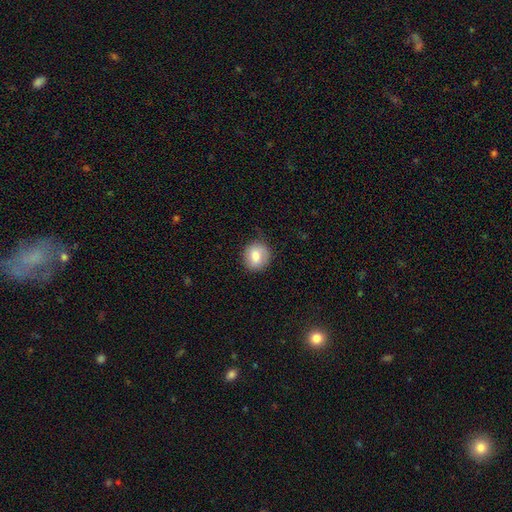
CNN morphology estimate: Overall: smooth (80%). How rounded: round (81%). Merging: none (79%).